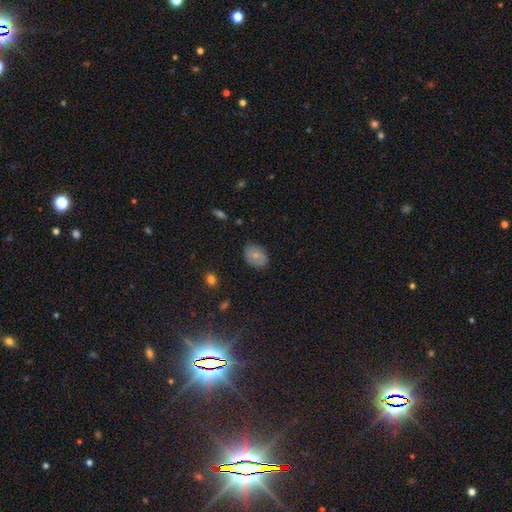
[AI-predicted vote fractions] Smooth or featured?
  - smooth: 66% *
  - featured or disk: 26%
  - star or artifact: 8%
How rounded?
  - in between: 72% *
  - round: 27%
  - cigar-shaped: 1%
Merging?
  - none: 81% *
  - minor disturbance: 15%
  - major disturbance: 3%
  - merger: 1%